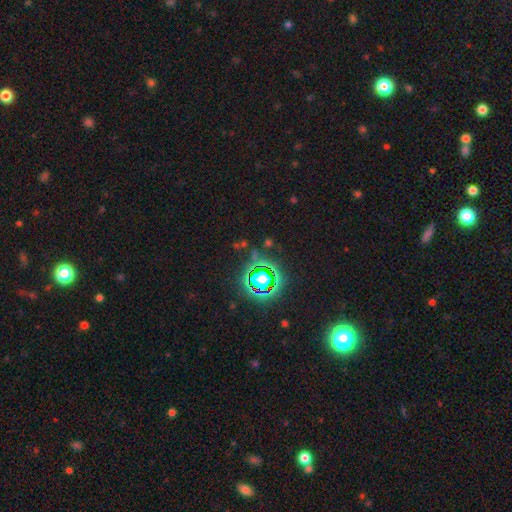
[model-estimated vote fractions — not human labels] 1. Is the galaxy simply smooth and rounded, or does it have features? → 76% star or artifact, 16% smooth, 8% featured or disk.